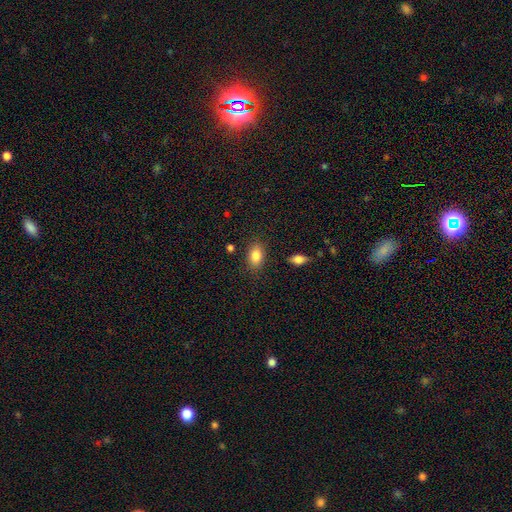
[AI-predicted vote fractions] The model was most divided on "merging": none: 83%, minor disturbance: 11%, major disturbance: 3%, merger: 3%. More confident: how rounded — in between (85%); smooth or featured — smooth (84%).